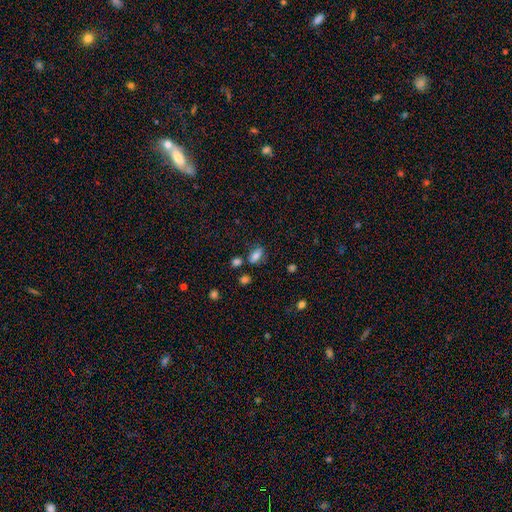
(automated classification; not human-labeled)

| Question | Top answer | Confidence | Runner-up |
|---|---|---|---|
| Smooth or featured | smooth | 75% | featured or disk (13%) |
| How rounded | in between | 83% | round (10%) |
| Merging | none | 66% | minor disturbance (19%) |